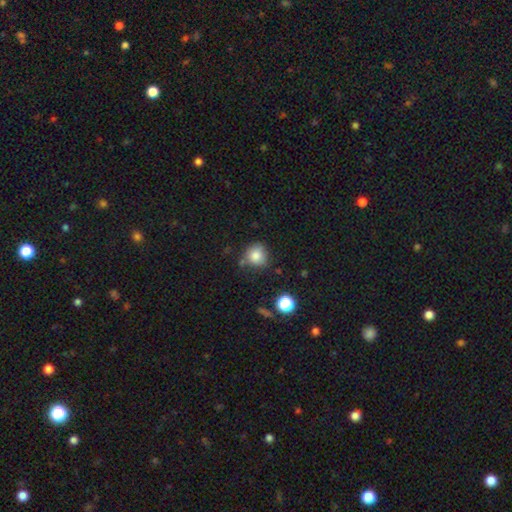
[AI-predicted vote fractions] Smooth or featured? Predicted: smooth (p=0.82). How rounded? Predicted: round (p=0.83). Merging? Predicted: none (p=0.68).